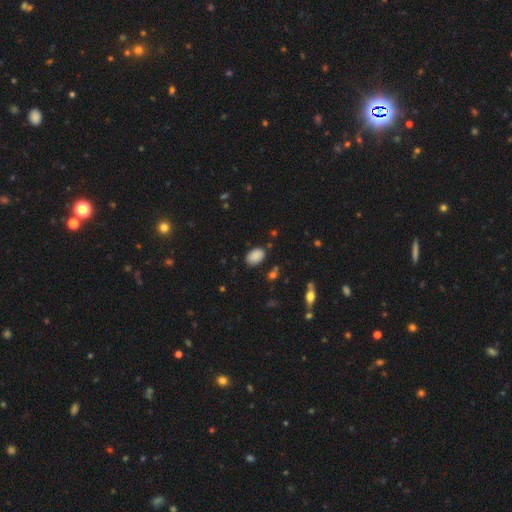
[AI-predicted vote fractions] Q: Smooth or featured?
A: smooth (88%); runner-up: star or artifact (9%)
Q: How rounded?
A: in between (85%); runner-up: round (14%)
Q: Merging?
A: none (83%); runner-up: minor disturbance (12%)